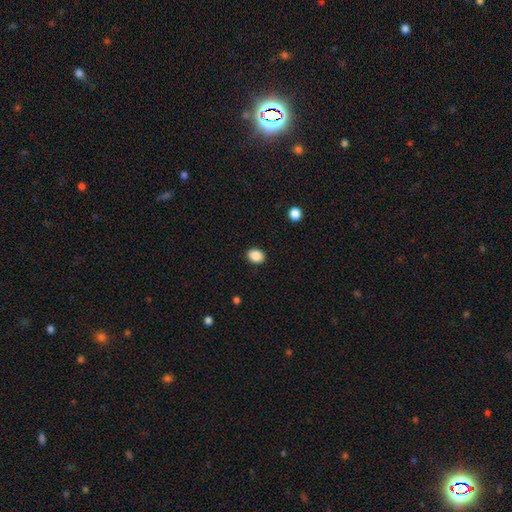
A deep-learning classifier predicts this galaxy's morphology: Smooth or featured? smooth (88%)
How rounded? round (51%)
Merging? none (90%)